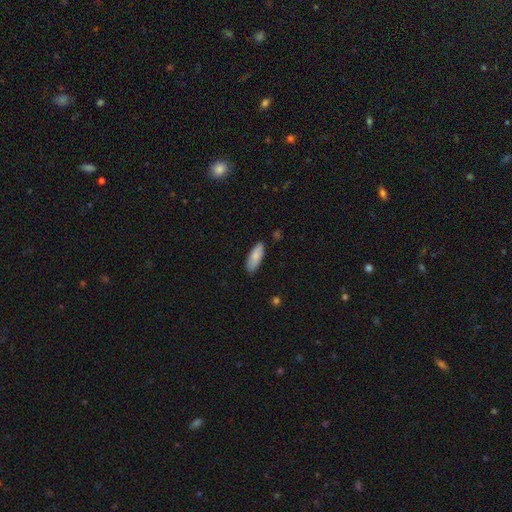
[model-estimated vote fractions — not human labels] smooth 85%, featured or disk 9%, star or artifact 6%. Down the decision tree: how rounded — in between (68%); merging — none (83%).